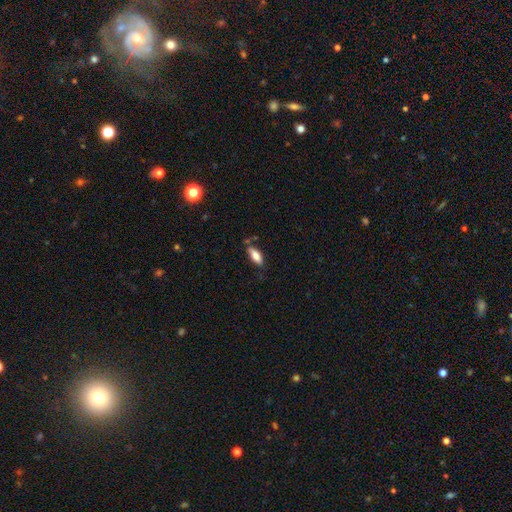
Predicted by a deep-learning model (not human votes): Smooth or featured? Predicted: smooth (p=0.78). How rounded? Predicted: in between (p=0.72). Merging? Predicted: none (p=0.71).